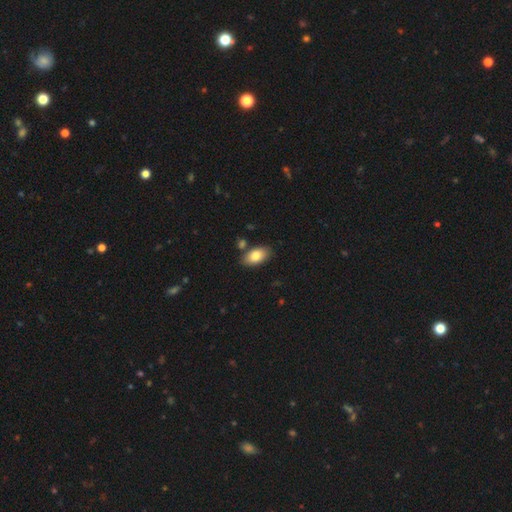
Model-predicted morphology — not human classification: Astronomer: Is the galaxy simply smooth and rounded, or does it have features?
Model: smooth — 82%.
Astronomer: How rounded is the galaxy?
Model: in between — 93%.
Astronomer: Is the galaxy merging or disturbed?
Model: none — 79%.